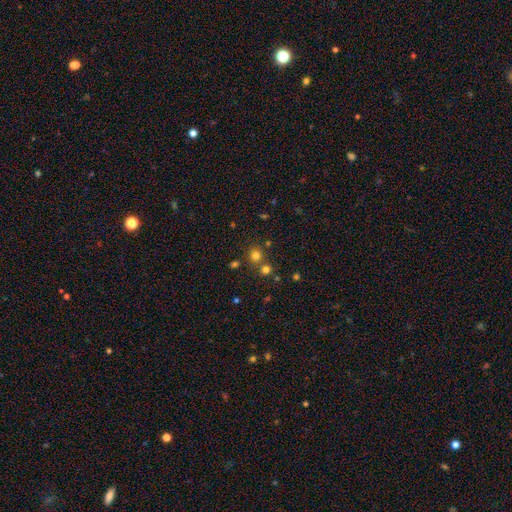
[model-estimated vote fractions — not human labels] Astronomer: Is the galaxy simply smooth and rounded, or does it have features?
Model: smooth — 72%.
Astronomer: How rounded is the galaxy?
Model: round — 91%.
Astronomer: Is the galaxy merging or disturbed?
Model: none — 74%.